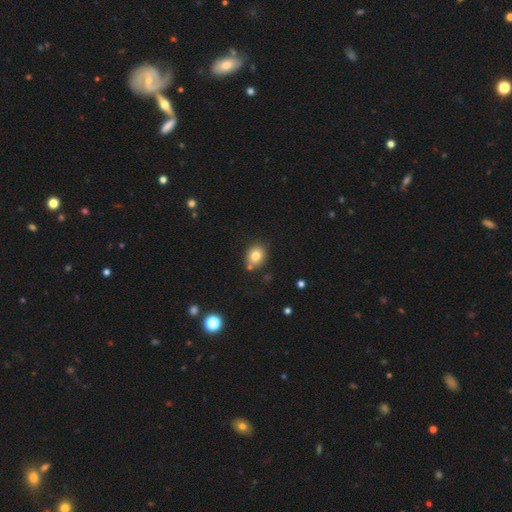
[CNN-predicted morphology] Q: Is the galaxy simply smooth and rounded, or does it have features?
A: smooth — 81%.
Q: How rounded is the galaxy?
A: round — 63%.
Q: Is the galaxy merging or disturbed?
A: none — 79%.